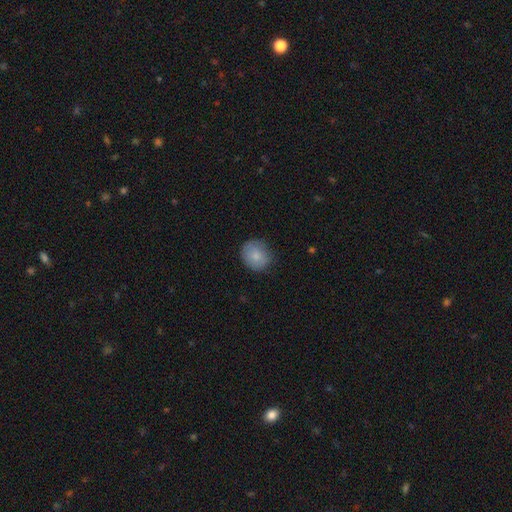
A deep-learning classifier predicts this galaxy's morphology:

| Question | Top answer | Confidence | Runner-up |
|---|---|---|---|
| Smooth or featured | smooth | 82% | featured or disk (10%) |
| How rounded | round | 79% | in between (20%) |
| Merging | none | 78% | minor disturbance (17%) |